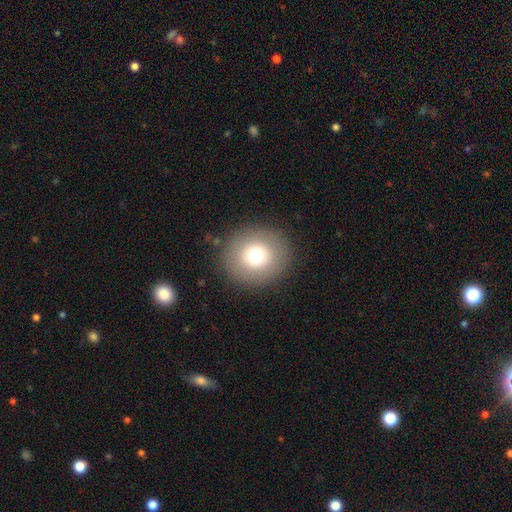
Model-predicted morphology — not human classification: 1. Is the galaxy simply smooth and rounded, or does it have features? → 71% smooth, 17% featured or disk, 12% star or artifact.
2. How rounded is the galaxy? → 86% round, 13% in between, 1% cigar-shaped.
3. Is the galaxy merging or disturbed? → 88% none, 7% minor disturbance, 4% major disturbance, 1% merger.